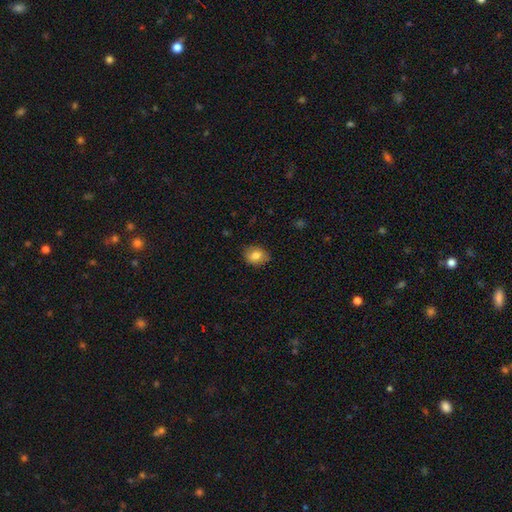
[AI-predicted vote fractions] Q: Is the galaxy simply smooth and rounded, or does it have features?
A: smooth — 81%.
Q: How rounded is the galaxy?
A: in between — 54%.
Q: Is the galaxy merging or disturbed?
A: none — 80%.